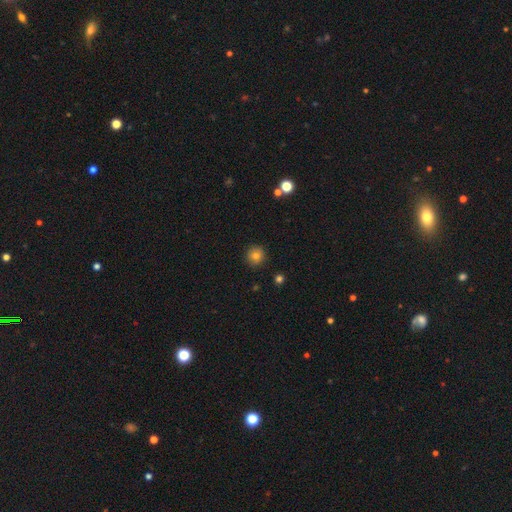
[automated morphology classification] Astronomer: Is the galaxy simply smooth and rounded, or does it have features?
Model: smooth — 79%.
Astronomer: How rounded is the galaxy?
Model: round — 94%.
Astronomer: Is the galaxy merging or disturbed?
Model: none — 91%.